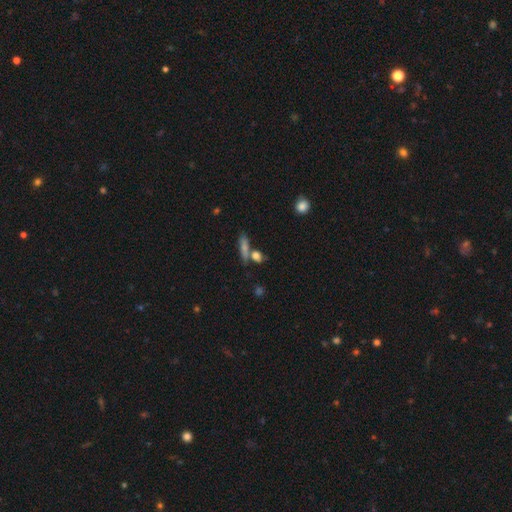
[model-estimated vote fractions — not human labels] smooth_or_featured: smooth (p=0.71) [alt: featured or disk p=0.16]
how_rounded: in between (p=0.37) [alt: round p=0.35]
merging: none (p=0.57) [alt: merger p=0.26]